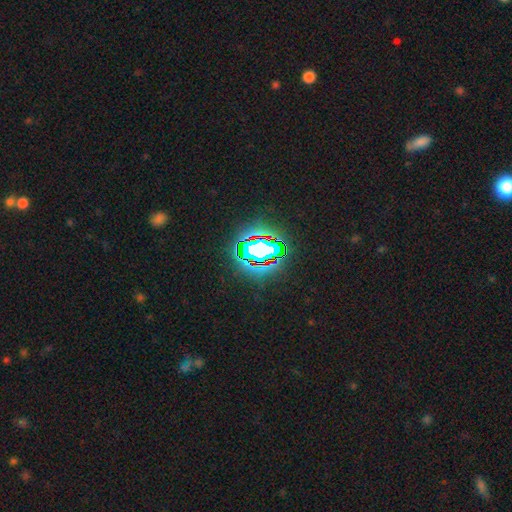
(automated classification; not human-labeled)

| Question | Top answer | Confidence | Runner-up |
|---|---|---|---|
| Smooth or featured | star or artifact | 74% | smooth (16%) |